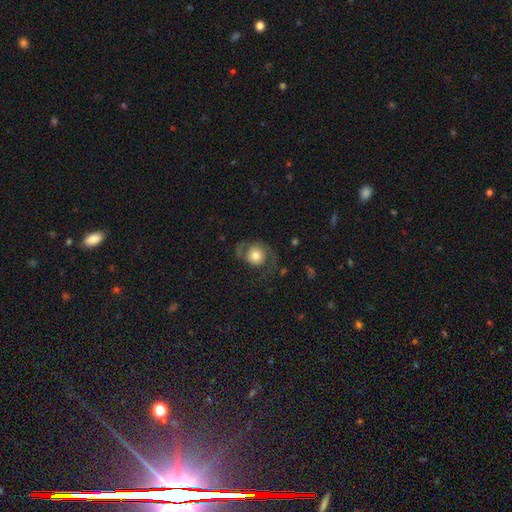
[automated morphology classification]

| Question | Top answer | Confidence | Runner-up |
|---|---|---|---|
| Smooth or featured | smooth | 47% | featured or disk (45%) |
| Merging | none | 56% | major disturbance (24%) |